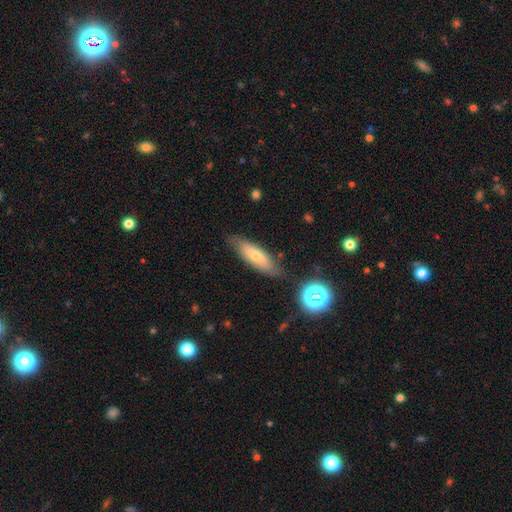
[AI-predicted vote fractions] Morphology: type=smooth (63%); roundness=in between (50%); merging=none (73%).